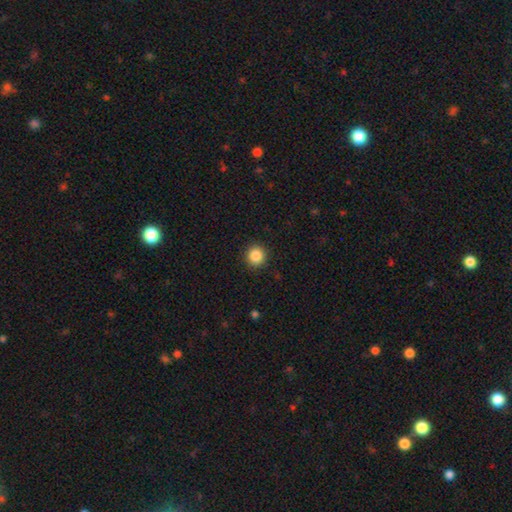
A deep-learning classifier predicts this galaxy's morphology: This appears to be a smooth galaxy with no disk features (87%) that is round (92%). Merging: none (92%).